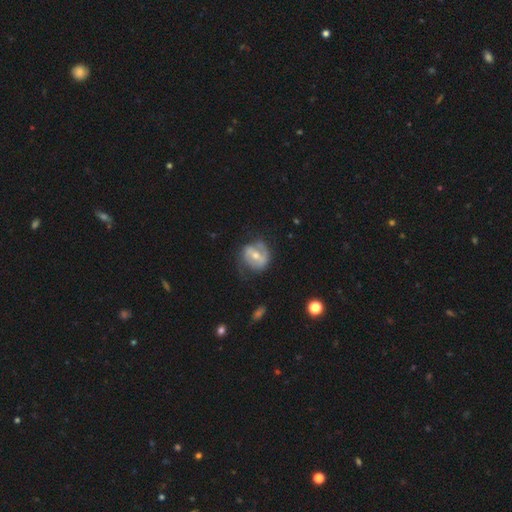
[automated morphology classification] This appears to be a featured or disk galaxy (69%) with a strong bar (43%), spiral arms (61%) and a moderate central bulge (63%). Merging: none (60%).